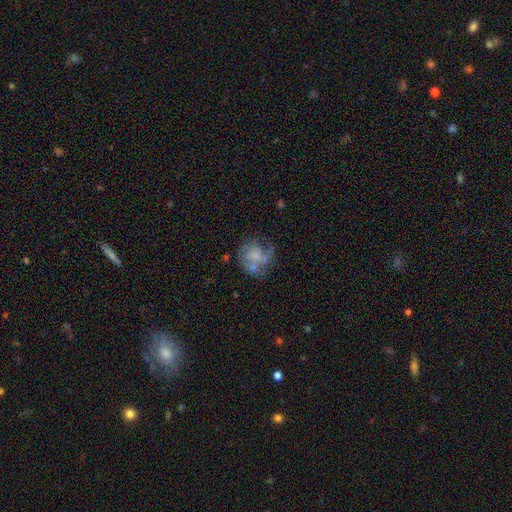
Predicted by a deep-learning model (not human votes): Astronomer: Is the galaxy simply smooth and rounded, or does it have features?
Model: featured or disk — 47% (runner-up: smooth, 43%).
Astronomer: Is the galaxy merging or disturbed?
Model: none — 42% (runner-up: major disturbance, 23%).